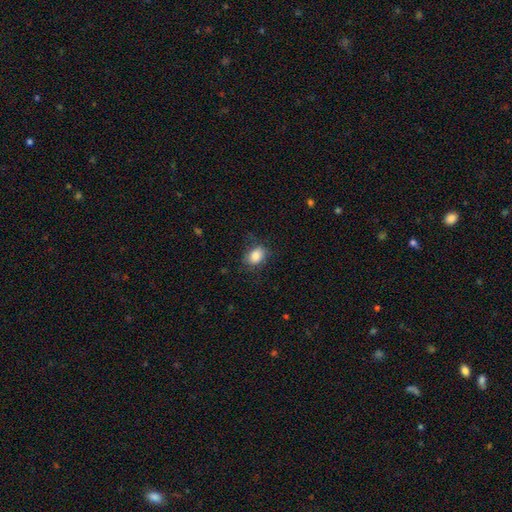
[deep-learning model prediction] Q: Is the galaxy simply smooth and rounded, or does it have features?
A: smooth — 85%.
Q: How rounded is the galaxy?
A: in between — 70%.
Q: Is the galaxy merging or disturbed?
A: none — 71%.